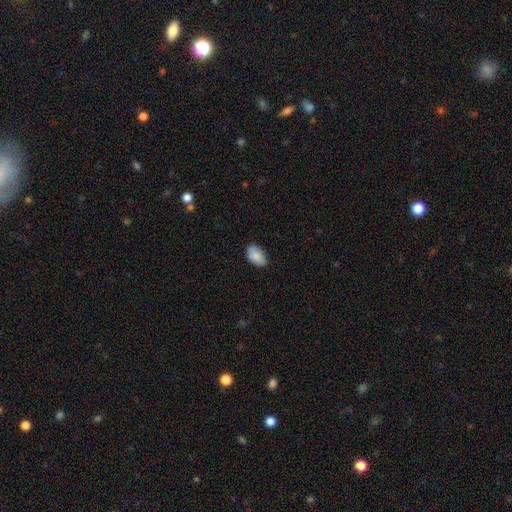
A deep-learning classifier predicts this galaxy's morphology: Smooth or featured: smooth — 85% (featured or disk — 8%)
How rounded: in between — 93% (round — 6%)
Merging: none — 81% (minor disturbance — 16%)